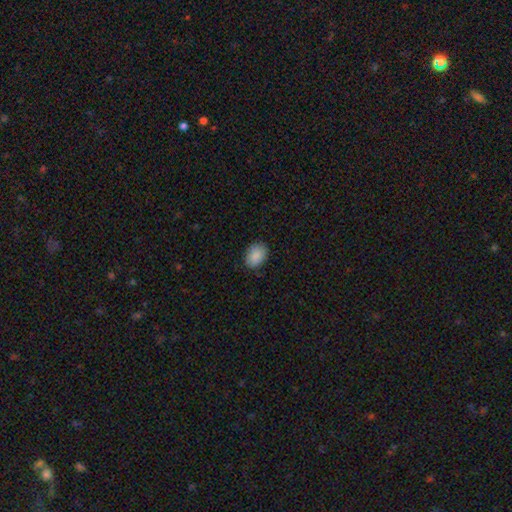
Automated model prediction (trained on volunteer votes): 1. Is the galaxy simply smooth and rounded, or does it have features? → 88% smooth, 7% star or artifact, 5% featured or disk.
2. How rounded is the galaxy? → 74% in between, 25% round, 1% cigar-shaped.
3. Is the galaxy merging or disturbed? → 82% none, 15% minor disturbance, 3% major disturbance, 1% merger.